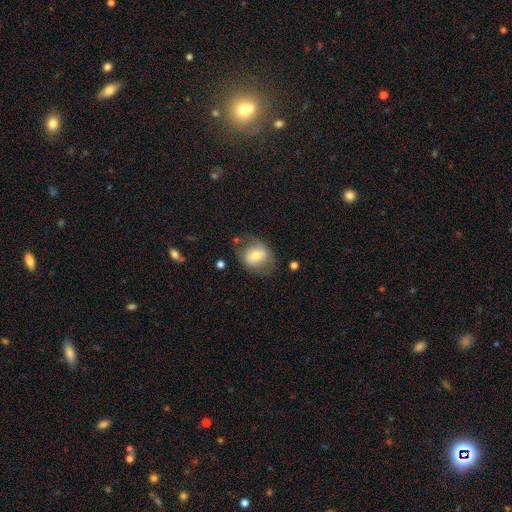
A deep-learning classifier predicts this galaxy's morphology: type=smooth (64%); roundness=round (54%); merging=none (62%).